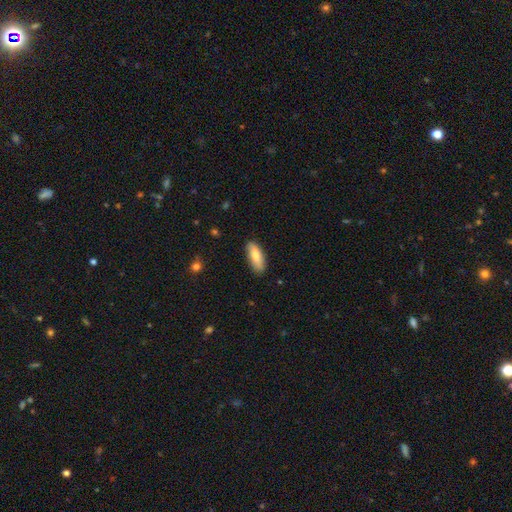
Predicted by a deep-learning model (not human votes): Smooth or featured? Predicted: smooth (p=0.83). How rounded? Predicted: in between (p=0.68). Merging? Predicted: none (p=0.85).